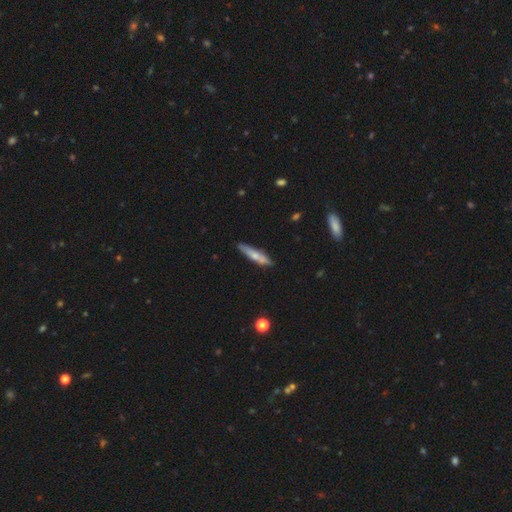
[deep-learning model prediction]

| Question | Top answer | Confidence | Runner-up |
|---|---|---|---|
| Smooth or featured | smooth | 59% | featured or disk (35%) |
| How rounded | cigar-shaped | 84% | in between (14%) |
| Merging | none | 79% | minor disturbance (16%) |